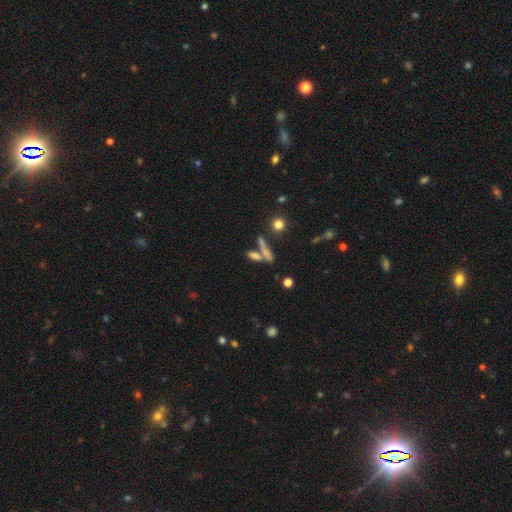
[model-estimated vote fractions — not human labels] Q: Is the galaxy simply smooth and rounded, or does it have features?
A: smooth — 66%.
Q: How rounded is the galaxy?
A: cigar-shaped — 59%.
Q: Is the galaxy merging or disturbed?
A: none — 47%.